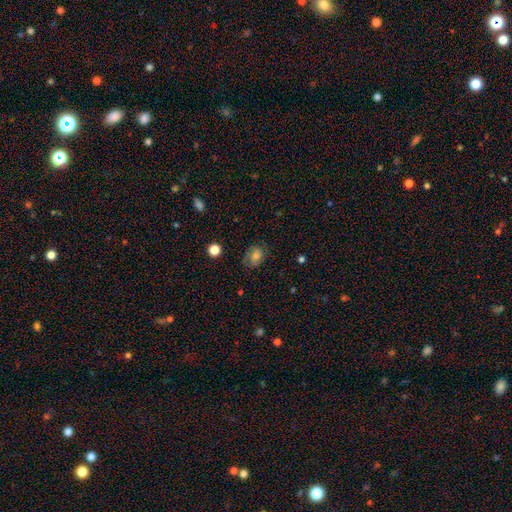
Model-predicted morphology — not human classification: Overall: smooth (57%; featured or disk 28%). How rounded: in between (58%; round 41%). Merging: none (73%).